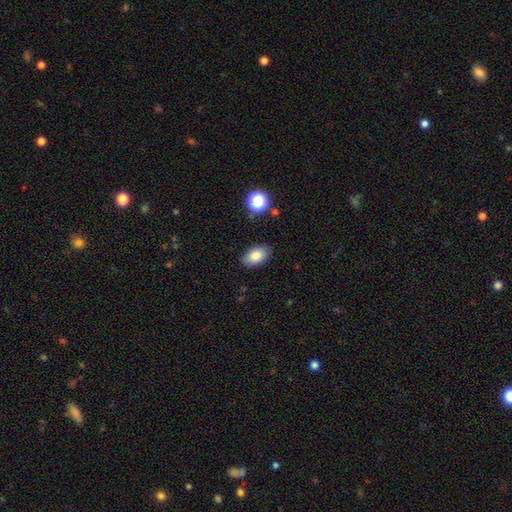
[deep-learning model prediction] smooth-or-featured: smooth: 83% | star or artifact: 9% | featured or disk: 8%
  how-rounded: in between: 90% | round: 8% | cigar-shaped: 2%
  merging: none: 85% | minor disturbance: 11% | major disturbance: 3% | merger: 2%